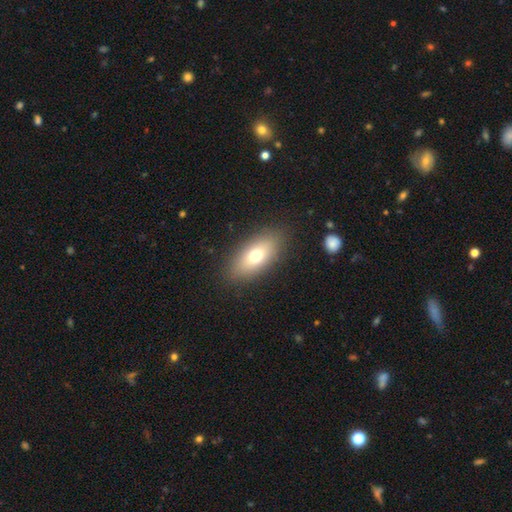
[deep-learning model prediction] Q: Smooth or featured?
A: smooth (69%); runner-up: featured or disk (21%)
Q: How rounded?
A: in between (85%); runner-up: cigar-shaped (9%)
Q: Merging?
A: none (86%); runner-up: minor disturbance (9%)